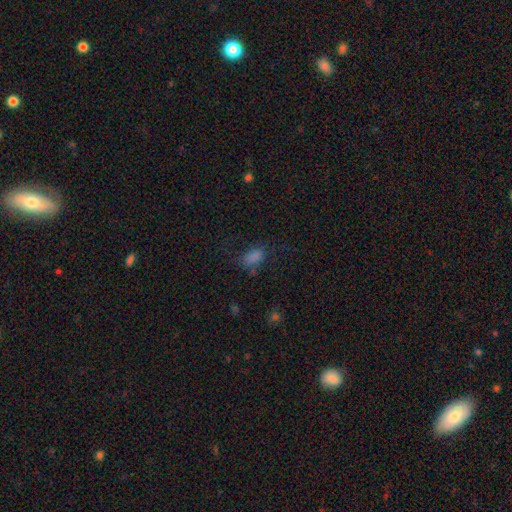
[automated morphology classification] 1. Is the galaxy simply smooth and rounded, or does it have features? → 78% smooth, 15% star or artifact, 7% featured or disk.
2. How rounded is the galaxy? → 88% in between, 7% round, 5% cigar-shaped.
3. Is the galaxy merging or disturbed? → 59% none, 23% minor disturbance, 14% major disturbance, 4% merger.